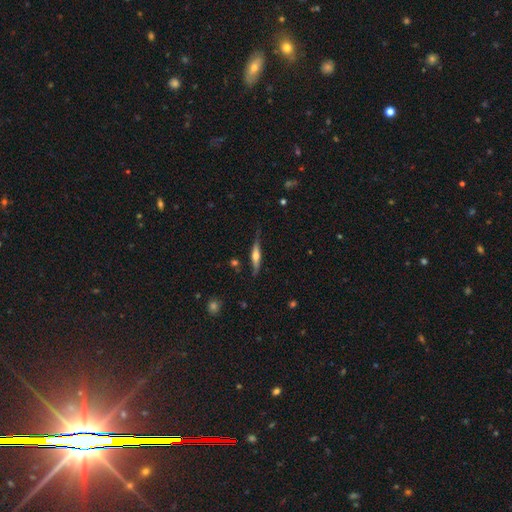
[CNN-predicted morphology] Smooth or featured? Predicted: featured or disk (p=0.62). Edge-on disk? Predicted: yes (p=0.94). Edge-on bulge? Predicted: rounded (p=0.88). Merging? Predicted: none (p=0.73).